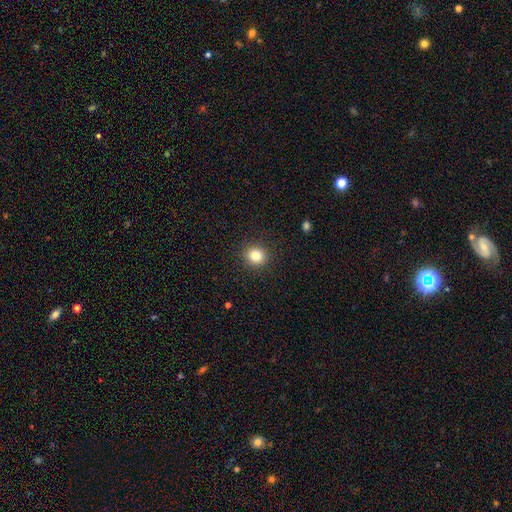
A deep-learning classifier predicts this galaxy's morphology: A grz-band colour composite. It shows a smooth galaxy with no disk features (82%) that is round (88%). Merging: none (91%).